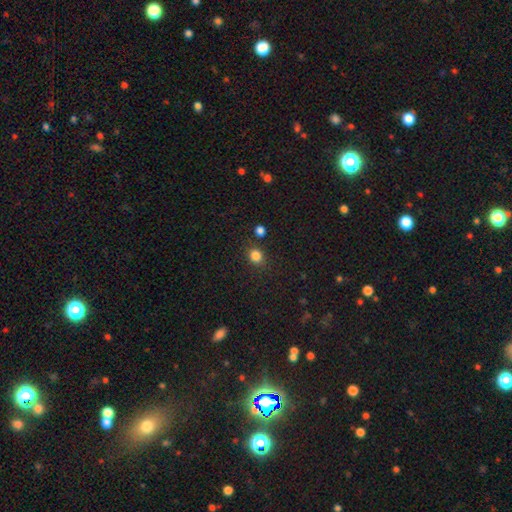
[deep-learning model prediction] Q: Smooth or featured?
A: smooth (83%); runner-up: star or artifact (13%)
Q: How rounded?
A: round (73%); runner-up: in between (26%)
Q: Merging?
A: none (81%); runner-up: minor disturbance (10%)